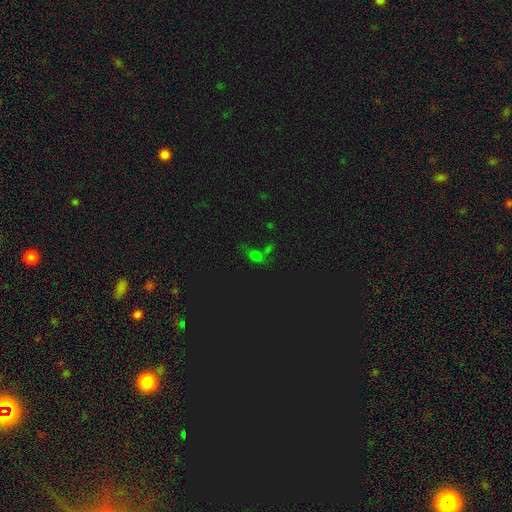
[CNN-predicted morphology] star or artifact 44%, smooth 43%, featured or disk 13%.